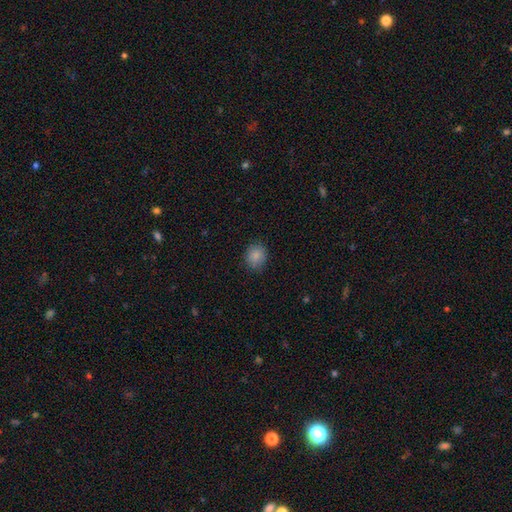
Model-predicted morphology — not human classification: type=smooth (86%); roundness=round (69%); merging=none (84%).